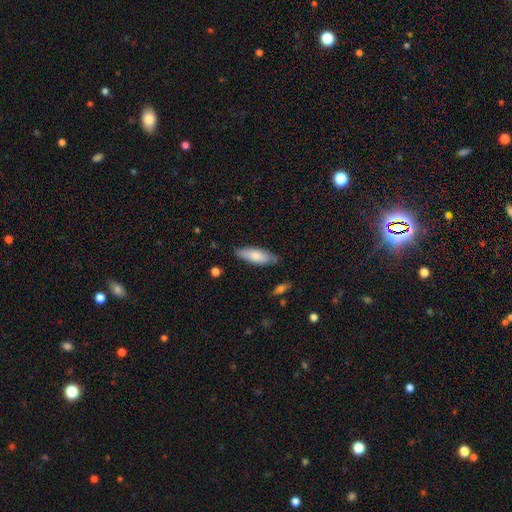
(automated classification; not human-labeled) Smooth or featured? Predicted: smooth (p=0.78). How rounded? Predicted: in between (p=0.67). Merging? Predicted: none (p=0.77).